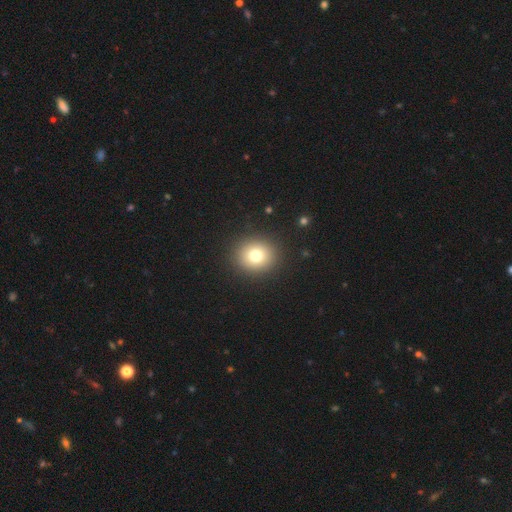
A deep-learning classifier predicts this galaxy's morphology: Smooth or featured? smooth (76%)
How rounded? round (83%)
Merging? none (91%)